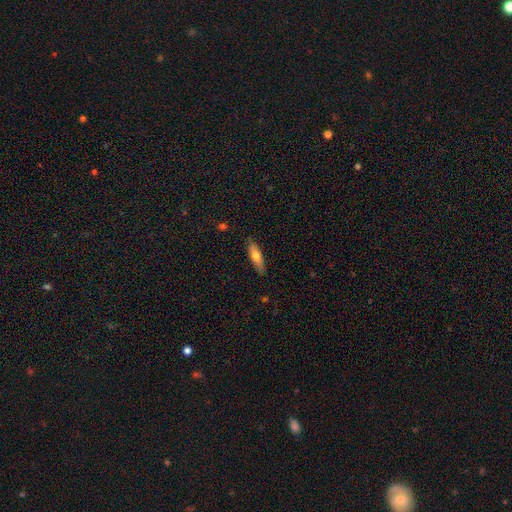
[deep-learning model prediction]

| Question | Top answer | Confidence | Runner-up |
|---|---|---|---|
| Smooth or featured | smooth | 63% | featured or disk (31%) |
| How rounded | cigar-shaped | 62% | in between (35%) |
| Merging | none | 86% | minor disturbance (11%) |